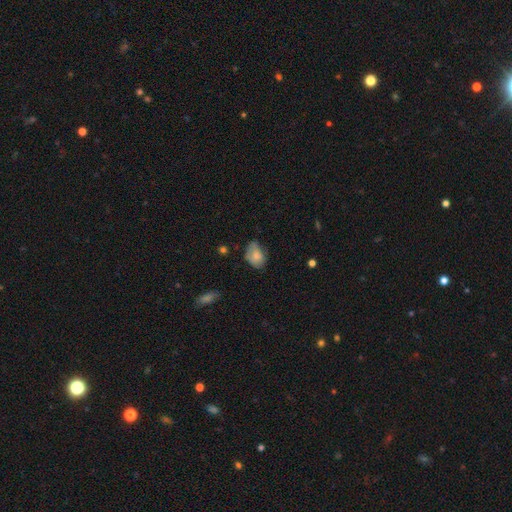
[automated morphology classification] A smooth galaxy with no disk features (72%) that is in between round and cigar-shaped (79%). Merging: none (49%).